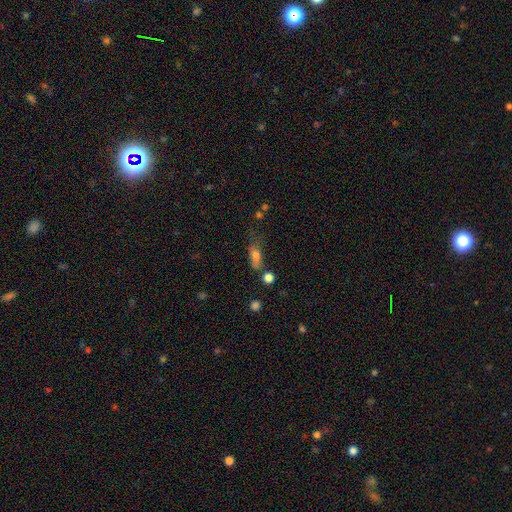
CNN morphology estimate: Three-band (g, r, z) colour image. It shows a smooth galaxy with no disk features (74%) that is in between round and cigar-shaped (67%). Merging: none (40%).